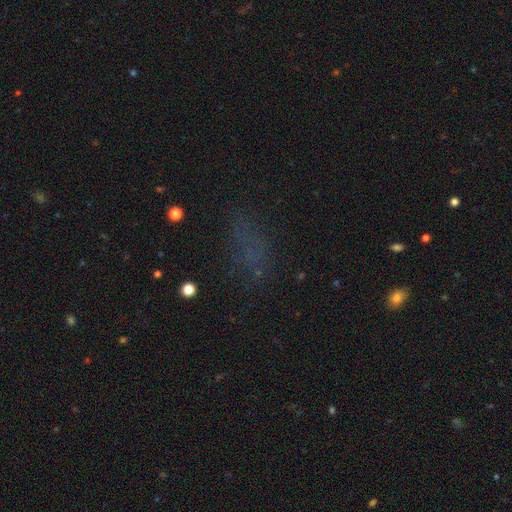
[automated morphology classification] A smooth galaxy with no disk features (45%). Merging: none (63%).